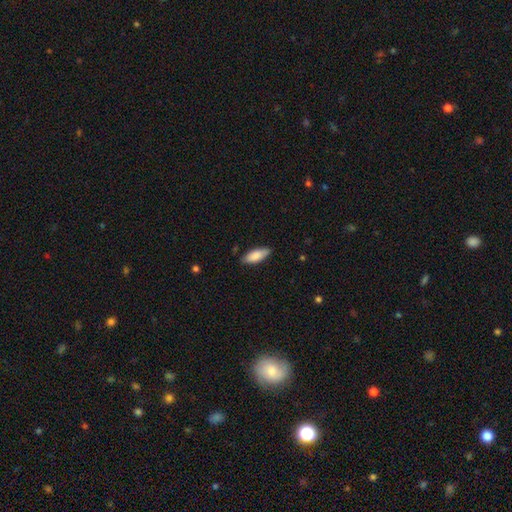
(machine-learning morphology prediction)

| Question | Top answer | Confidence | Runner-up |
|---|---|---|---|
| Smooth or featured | smooth | 86% | featured or disk (9%) |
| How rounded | in between | 73% | cigar-shaped (25%) |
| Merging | none | 83% | minor disturbance (14%) |